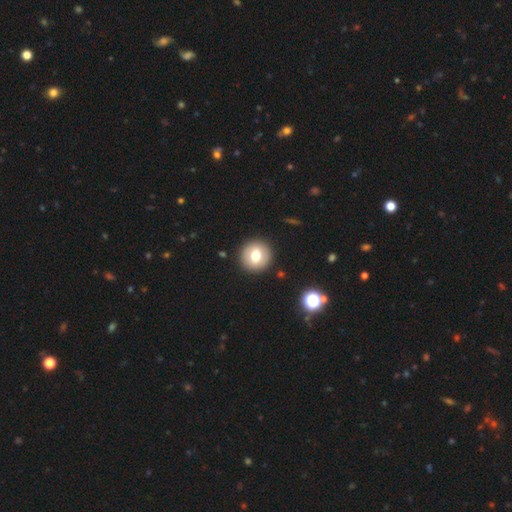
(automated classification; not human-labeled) Morphology: type=smooth (70%); roundness=round (93%); merging=none (91%).